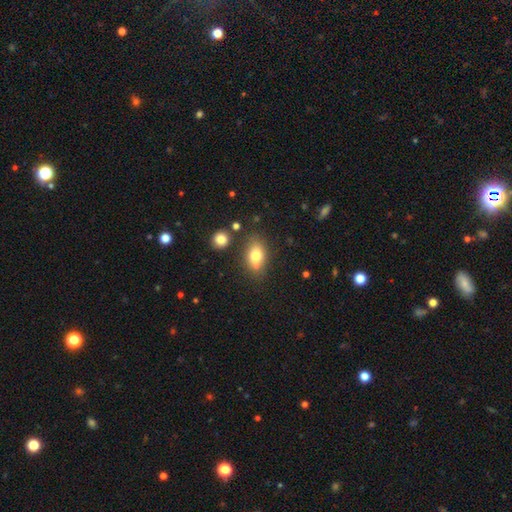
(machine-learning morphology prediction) This is likely a smooth galaxy (77%). How rounded: clearly in between (84%). Merging: likely none (71%).